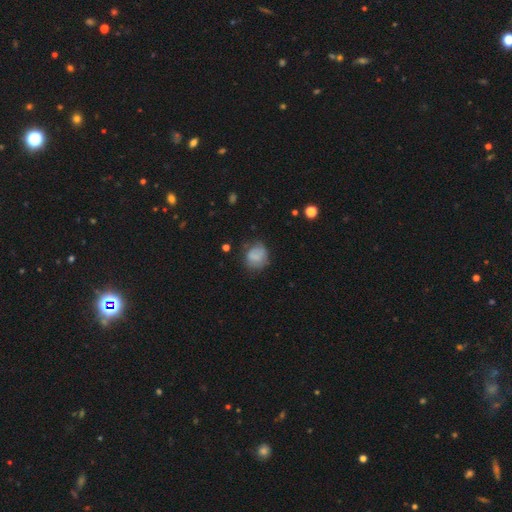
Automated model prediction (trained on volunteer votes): Morphology: type=smooth (75%); roundness=round (70%); merging=none (62%).